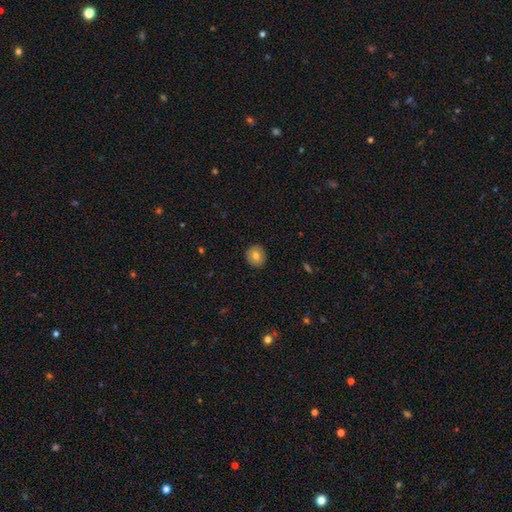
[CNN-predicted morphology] The model was most divided on "smooth or featured": smooth: 75%, featured or disk: 16%, star or artifact: 9%. More confident: merging — none (91%); how rounded — round (90%).